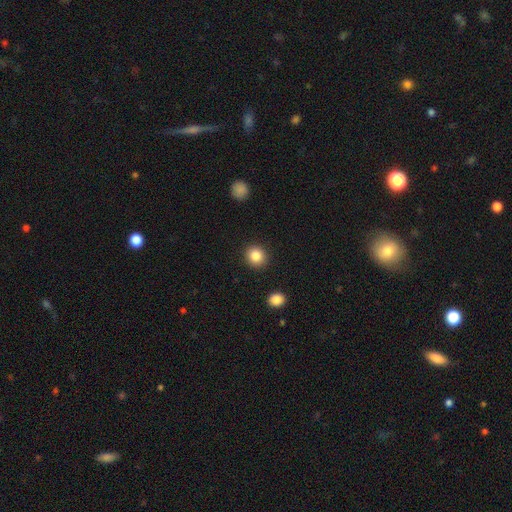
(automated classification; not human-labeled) Overall: smooth (86%). How rounded: round (87%). Merging: none (91%).